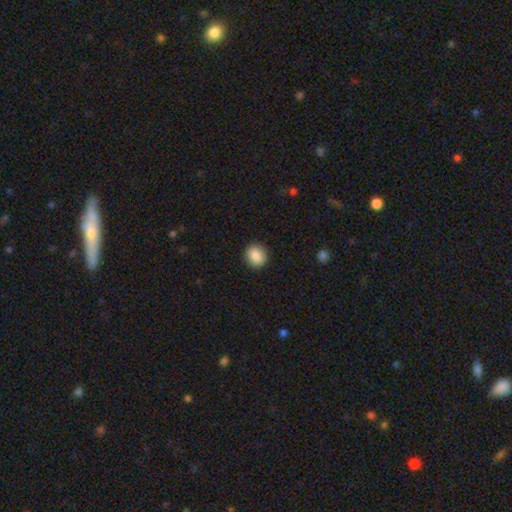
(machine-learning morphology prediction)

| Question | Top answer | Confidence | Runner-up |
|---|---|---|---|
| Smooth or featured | smooth | 87% | star or artifact (8%) |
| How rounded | round | 78% | in between (21%) |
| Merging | none | 90% | minor disturbance (7%) |